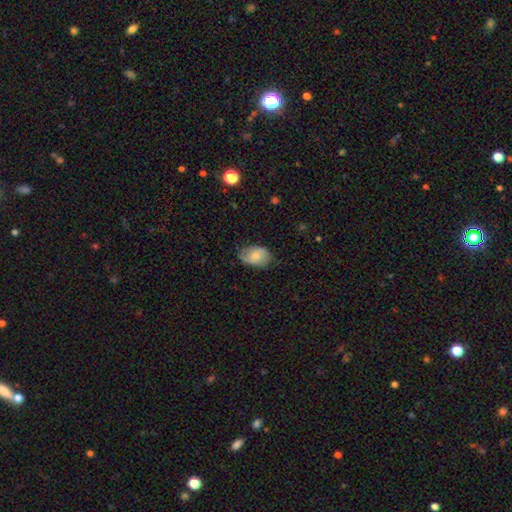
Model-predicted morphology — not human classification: Overall: smooth (71%). How rounded: in between (82%). Merging: none (65%; minor disturbance 27%).